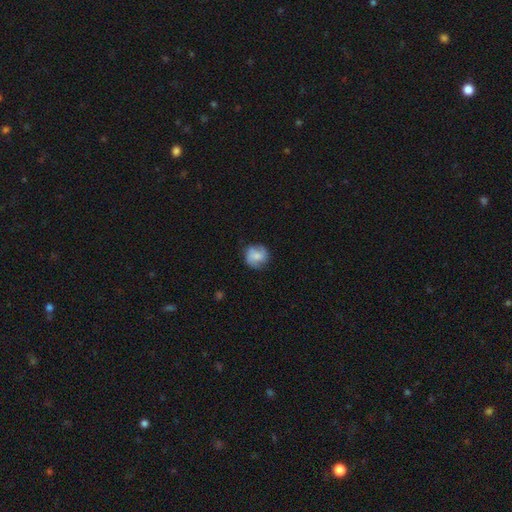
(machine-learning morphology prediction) This appears to be a smooth galaxy with no disk features (63%) that is round (86%). Merging: none (75%).